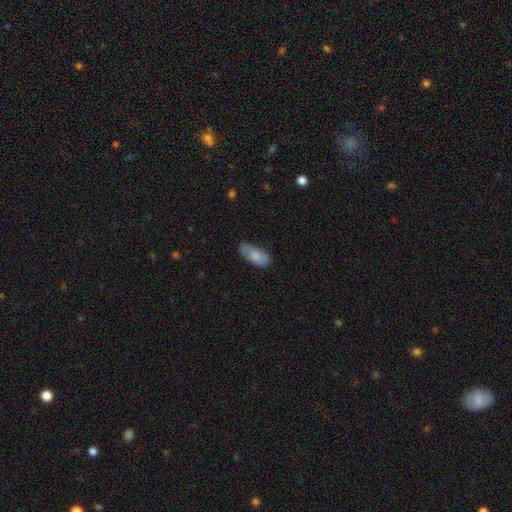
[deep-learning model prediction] A smooth galaxy with no disk features (80%) that is in between round and cigar-shaped (89%).

Vote fractions:
- Smooth or featured? smooth: 80% / featured or disk: 14% / star or artifact: 6%
- How rounded? in between: 89% / cigar-shaped: 8% / round: 2%
- Merging? none: 70% / minor disturbance: 24% / major disturbance: 5% / merger: 2%